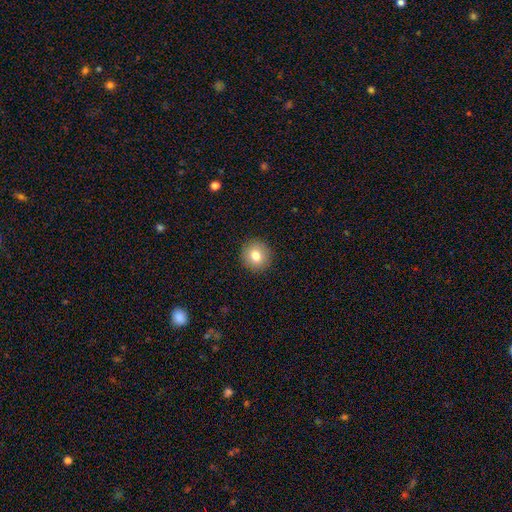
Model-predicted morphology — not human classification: Smooth or featured? smooth (79%)
How rounded? round (92%)
Merging? none (92%)